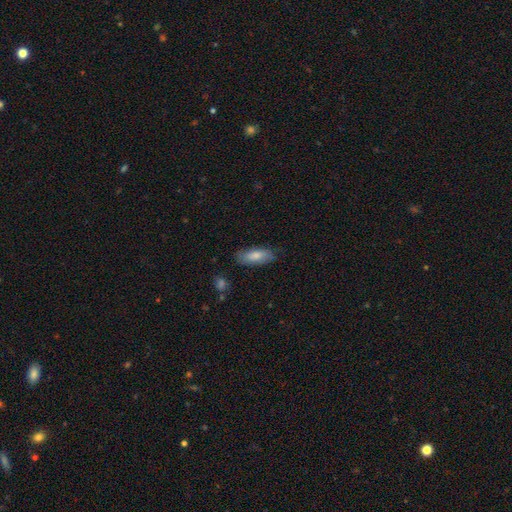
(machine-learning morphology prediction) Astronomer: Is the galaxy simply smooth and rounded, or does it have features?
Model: smooth — 78%.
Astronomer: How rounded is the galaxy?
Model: in between — 75%.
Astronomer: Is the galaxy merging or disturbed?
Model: none — 80%.